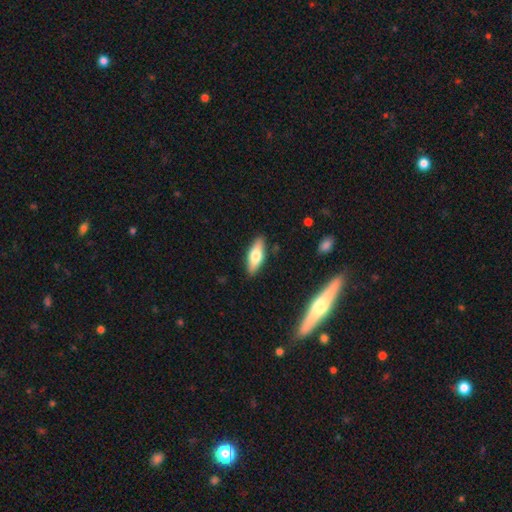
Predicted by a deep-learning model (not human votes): smooth 63%, featured or disk 31%, star or artifact 6%. Down the decision tree: how rounded — in between (64%); merging — none (87%).